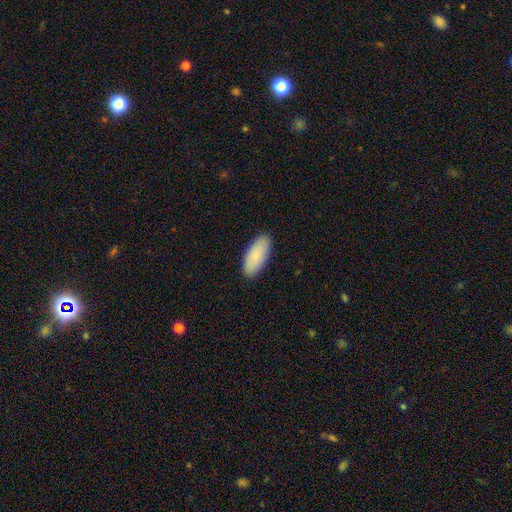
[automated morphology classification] Smooth or featured: smooth — 85% (featured or disk — 10%)
How rounded: in between — 88% (cigar-shaped — 10%)
Merging: none — 89% (minor disturbance — 8%)